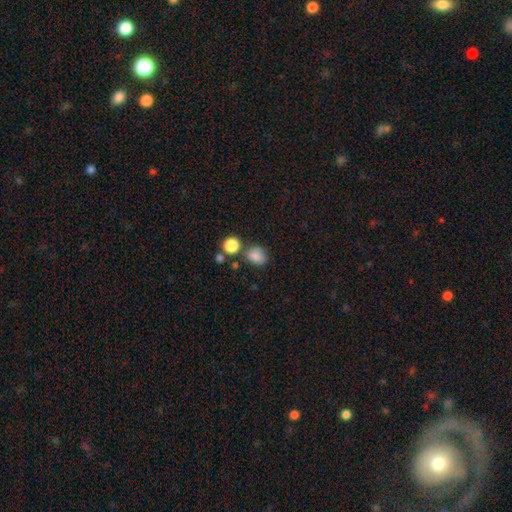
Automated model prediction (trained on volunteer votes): Smooth or featured? Predicted: smooth (p=0.83). How rounded? Predicted: round (p=0.55). Merging? Predicted: none (p=0.66).